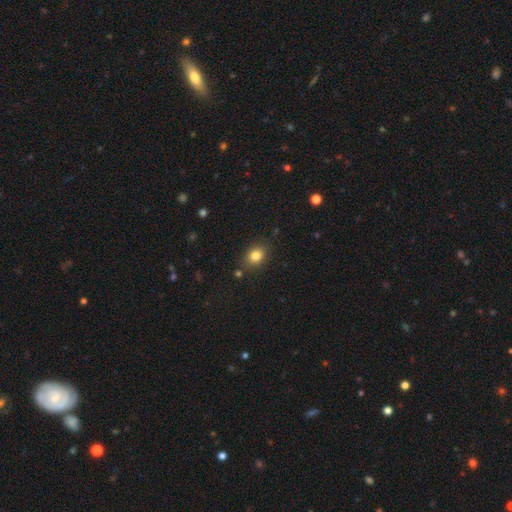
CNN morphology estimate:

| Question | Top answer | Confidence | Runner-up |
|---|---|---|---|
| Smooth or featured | smooth | 83% | star or artifact (11%) |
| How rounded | in between | 52% | round (47%) |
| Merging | none | 83% | minor disturbance (11%) |